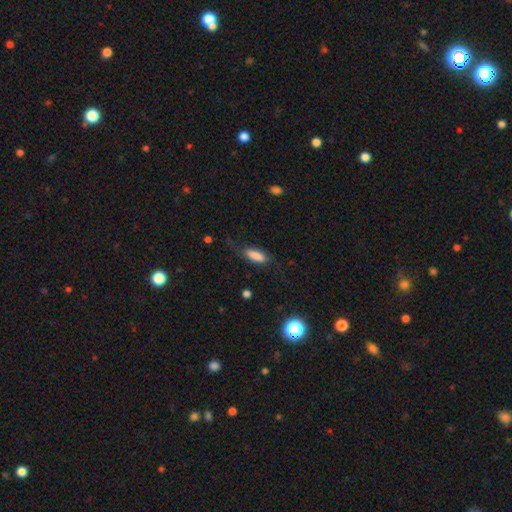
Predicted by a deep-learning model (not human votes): Smooth or featured? Predicted: smooth (p=0.77). How rounded? Predicted: in between (p=0.64). Merging? Predicted: none (p=0.61).